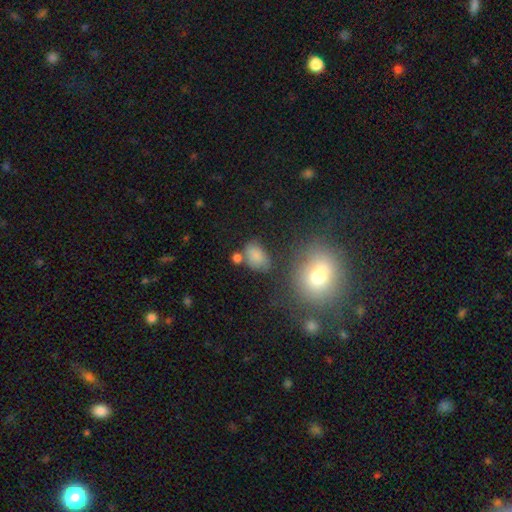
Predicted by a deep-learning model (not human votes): This is likely a smooth galaxy (76%). How rounded: clearly in between (82%). Merging: likely none (61%).